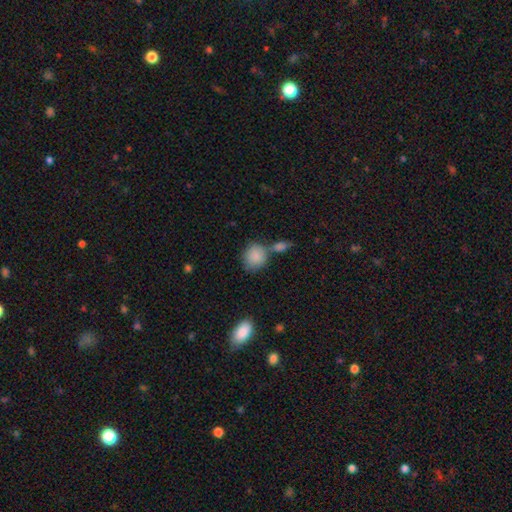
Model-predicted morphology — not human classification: Overall: smooth (87%). How rounded: round (71%). Merging: none (54%; merger 26%).